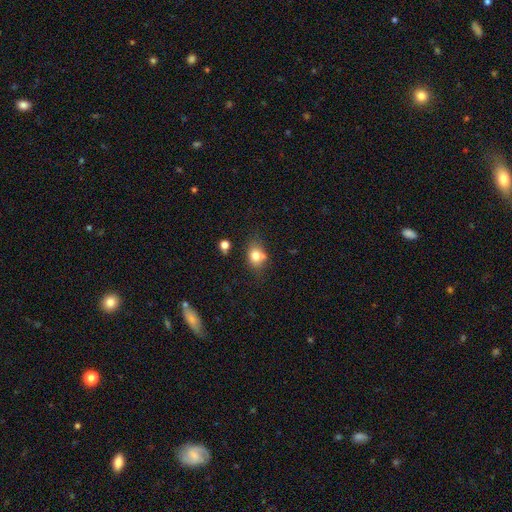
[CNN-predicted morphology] This appears to be a smooth galaxy with no disk features (75%) that is in between round and cigar-shaped (54%). Merging: none (57%).